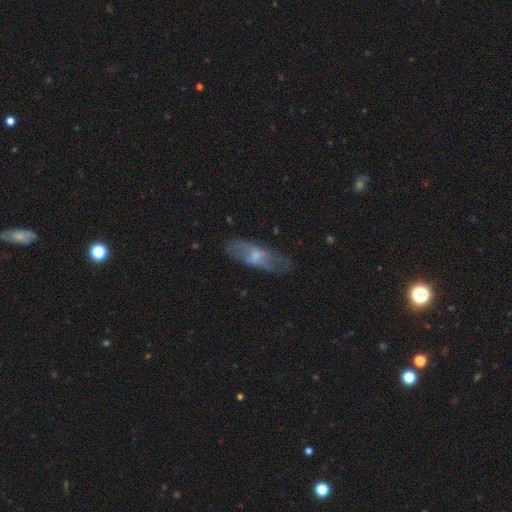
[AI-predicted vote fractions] Smooth or featured: smooth — 47% (featured or disk — 46%)
Merging: none — 68% (minor disturbance — 21%)